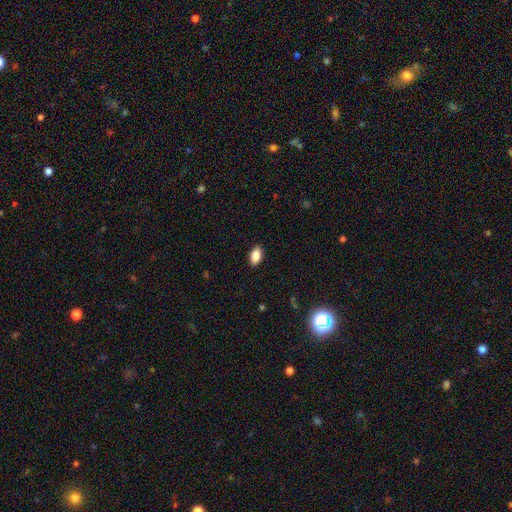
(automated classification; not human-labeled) smooth_or_featured: smooth (p=0.86) [alt: star or artifact p=0.08]
how_rounded: in between (p=0.92) [alt: round p=0.04]
merging: none (p=0.89) [alt: minor disturbance p=0.08]